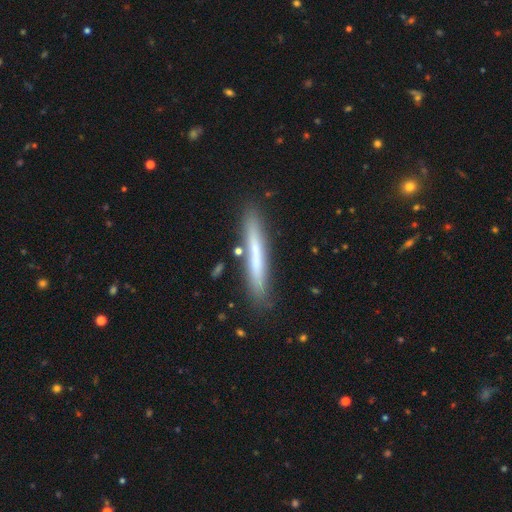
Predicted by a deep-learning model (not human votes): Q: Smooth or featured?
A: smooth (56%); runner-up: featured or disk (37%)
Q: How rounded?
A: cigar-shaped (95%); runner-up: in between (4%)
Q: Merging?
A: none (84%); runner-up: minor disturbance (10%)